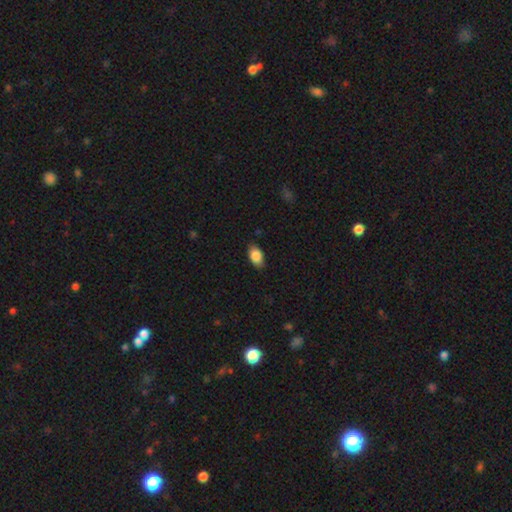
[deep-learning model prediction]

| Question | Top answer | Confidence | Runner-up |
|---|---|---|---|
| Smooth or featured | smooth | 87% | star or artifact (7%) |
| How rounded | in between | 92% | round (6%) |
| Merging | none | 85% | minor disturbance (12%) |